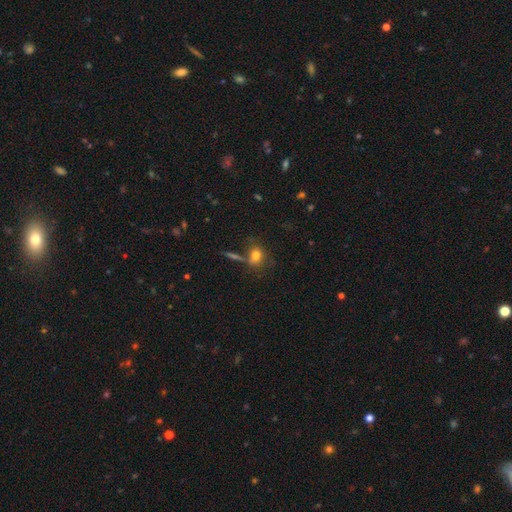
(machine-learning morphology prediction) A smooth galaxy with no disk features (74%) that is round (52%). Merging: none (59%).